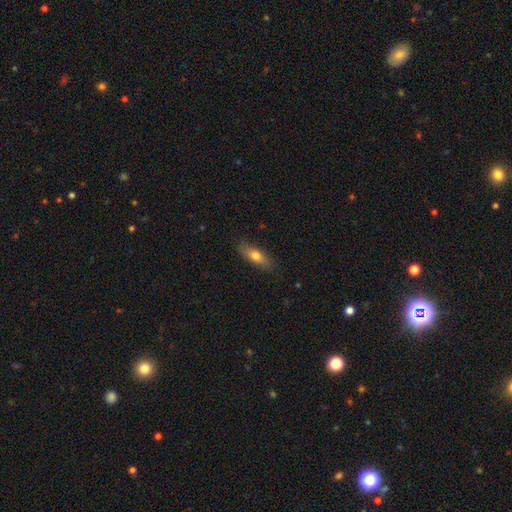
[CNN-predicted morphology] A smooth galaxy with no disk features (71%) that is in between round and cigar-shaped (60%).

Vote fractions:
- Smooth or featured? smooth: 71% / featured or disk: 23% / star or artifact: 7%
- How rounded? in between: 60% / cigar-shaped: 36% / round: 3%
- Merging? none: 85% / minor disturbance: 11% / major disturbance: 2% / merger: 1%